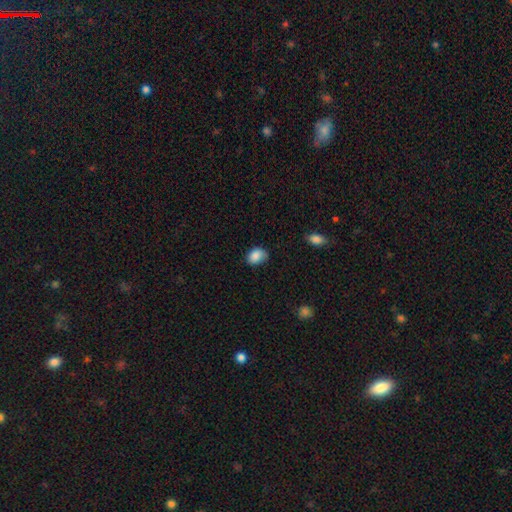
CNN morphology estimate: This is clearly a smooth galaxy (86%). How rounded: likely in between (69%). Merging: likely none (65%).